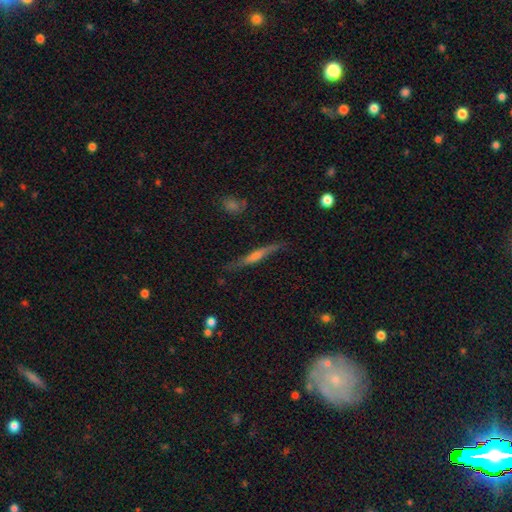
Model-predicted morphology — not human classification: Q: Smooth or featured?
A: featured or disk (57%); runner-up: smooth (35%)
Q: Edge-on disk?
A: yes (91%); runner-up: no (9%)
Q: Edge-on bulge?
A: rounded (46%); runner-up: none (35%)
Q: Merging?
A: none (75%); runner-up: minor disturbance (18%)